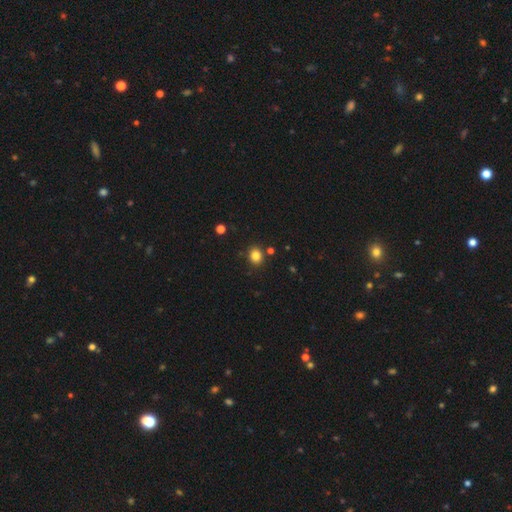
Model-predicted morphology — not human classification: A smooth galaxy with no disk features (82%) that is round (69%).

Vote fractions:
- Smooth or featured? smooth: 82% / star or artifact: 12% / featured or disk: 5%
- How rounded? round: 69% / in between: 30% / cigar-shaped: 1%
- Merging? none: 84% / minor disturbance: 9% / merger: 5% / major disturbance: 3%